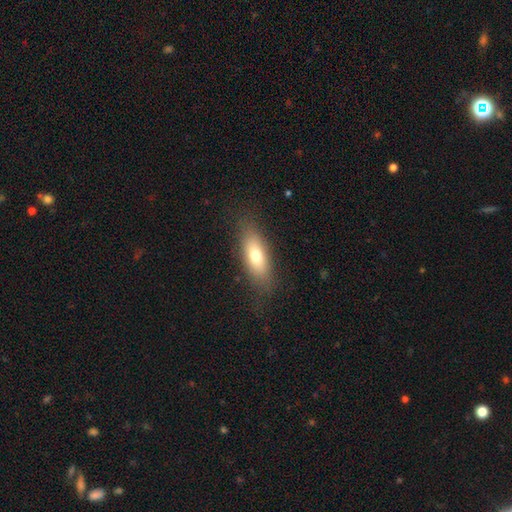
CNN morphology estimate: smooth_or_featured: smooth (p=0.71) [alt: featured or disk p=0.21]
how_rounded: in between (p=0.73) [alt: cigar-shaped p=0.24]
merging: none (p=0.81) [alt: minor disturbance p=0.13]